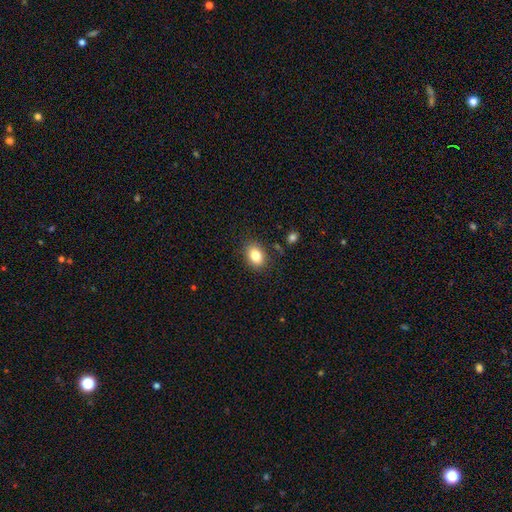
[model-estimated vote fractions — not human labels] A smooth galaxy with no disk features (83%) that is in between round and cigar-shaped (77%). Merging: none (85%).